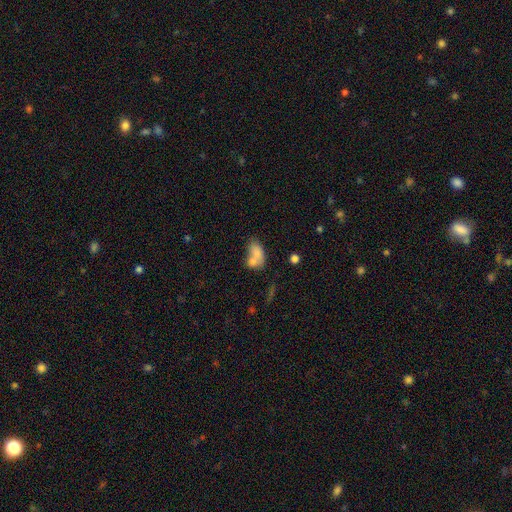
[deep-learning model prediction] Q: Smooth or featured?
A: smooth (75%); runner-up: featured or disk (16%)
Q: How rounded?
A: in between (84%); runner-up: round (13%)
Q: Merging?
A: merger (55%); runner-up: none (26%)